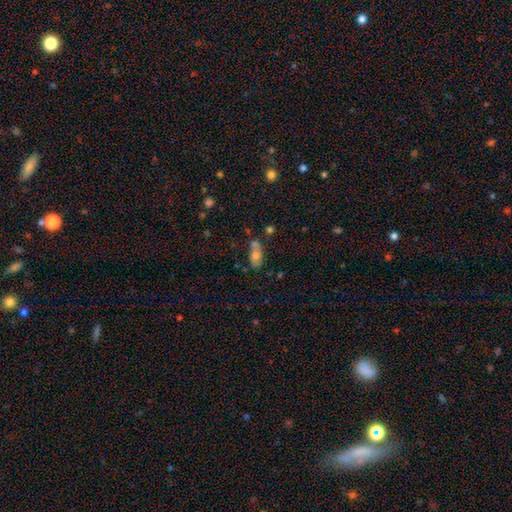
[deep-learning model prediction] Morphology: type=smooth (69%); roundness=in between (83%); merging=none (45%).